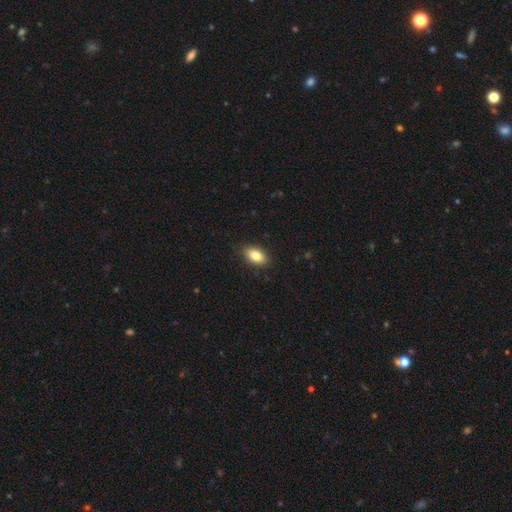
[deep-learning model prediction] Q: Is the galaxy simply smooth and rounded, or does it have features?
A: smooth — 83%.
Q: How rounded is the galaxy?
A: in between — 91%.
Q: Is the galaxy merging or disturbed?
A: none — 89%.